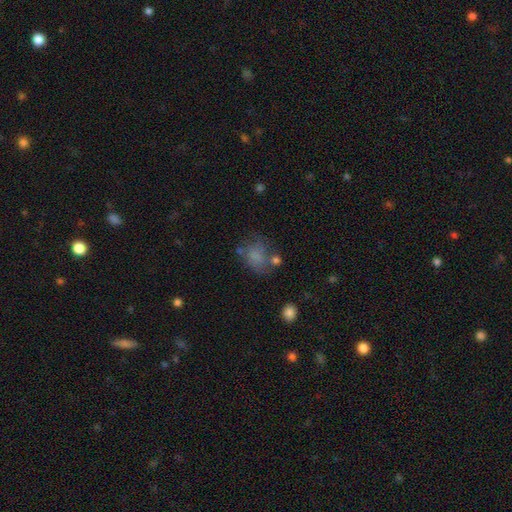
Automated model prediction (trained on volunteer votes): This appears to be a smooth galaxy with no disk features (70%) that is in between round and cigar-shaped (53%). Merging: none (44%).